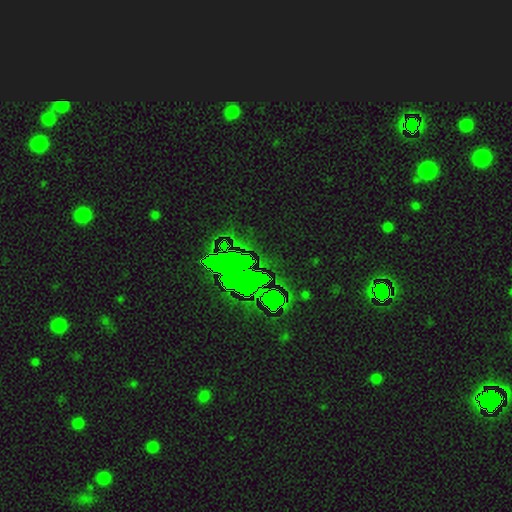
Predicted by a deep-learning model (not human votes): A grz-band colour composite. It shows a star or artifact, not a galaxy (67%).